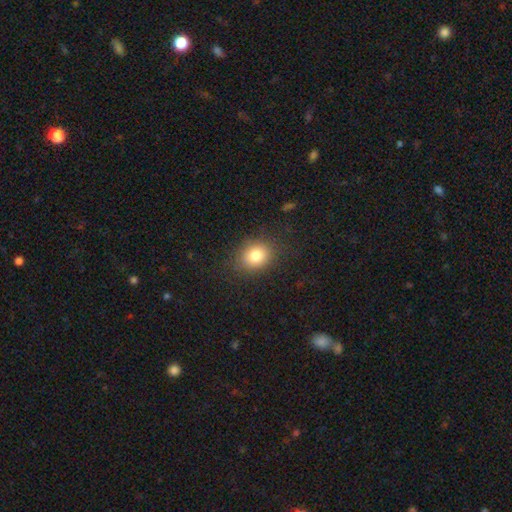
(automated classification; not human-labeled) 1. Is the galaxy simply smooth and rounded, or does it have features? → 81% smooth, 11% star or artifact, 8% featured or disk.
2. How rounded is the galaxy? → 55% round, 44% in between, 1% cigar-shaped.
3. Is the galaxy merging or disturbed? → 83% none, 11% minor disturbance, 5% major disturbance, 1% merger.